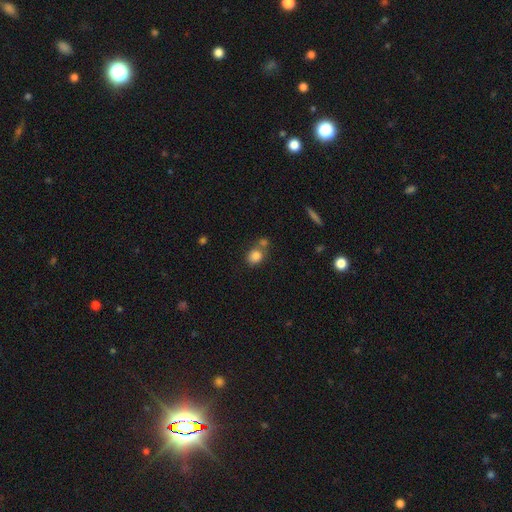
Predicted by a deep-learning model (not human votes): Q: Smooth or featured?
A: smooth (83%); runner-up: star or artifact (10%)
Q: How rounded?
A: round (59%); runner-up: in between (40%)
Q: Merging?
A: none (53%); runner-up: merger (30%)